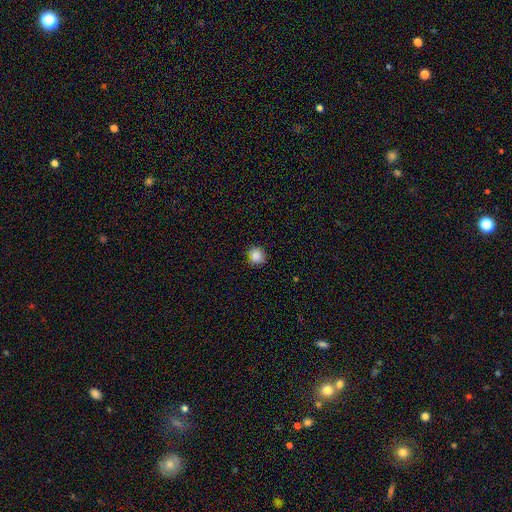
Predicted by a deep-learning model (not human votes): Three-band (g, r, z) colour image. It shows a smooth galaxy with no disk features (87%) that is round (85%). Merging: none (84%).